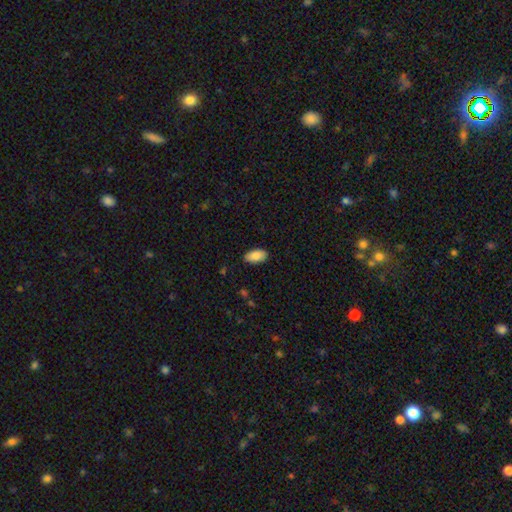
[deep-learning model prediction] A smooth galaxy with no disk features (87%) that is in between round and cigar-shaped (94%).

Vote fractions:
- Smooth or featured? smooth: 87% / star or artifact: 7% / featured or disk: 6%
- How rounded? in between: 94% / cigar-shaped: 4% / round: 3%
- Merging? none: 87% / minor disturbance: 10% / major disturbance: 2% / merger: 1%